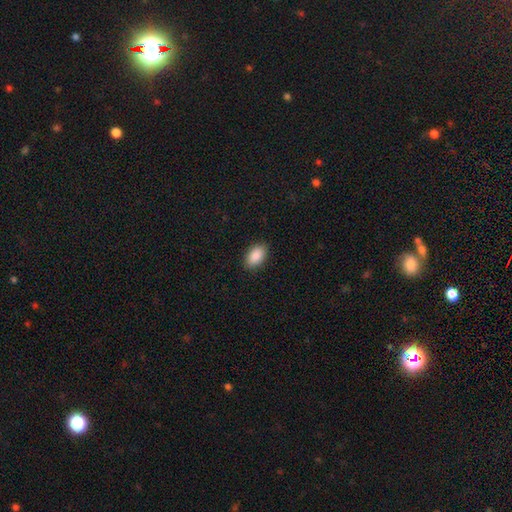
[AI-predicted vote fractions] This appears to be a smooth galaxy with no disk features (90%) that is in between round and cigar-shaped (93%). Merging: none (89%).